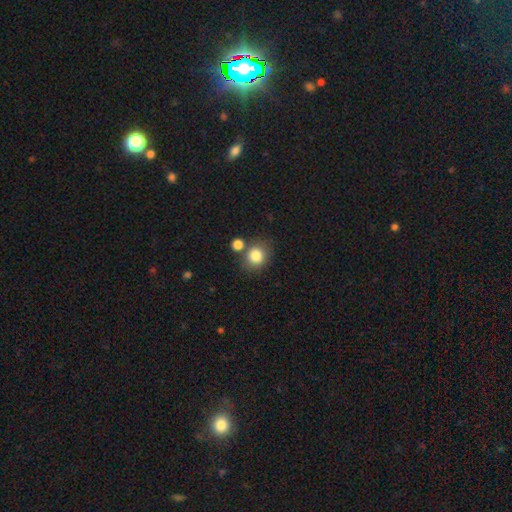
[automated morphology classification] smooth-or-featured: smooth: 82% | star or artifact: 10% | featured or disk: 7%
  how-rounded: round: 77% | in between: 23% | cigar-shaped: 1%
  merging: none: 70% | merger: 15% | minor disturbance: 12% | major disturbance: 4%